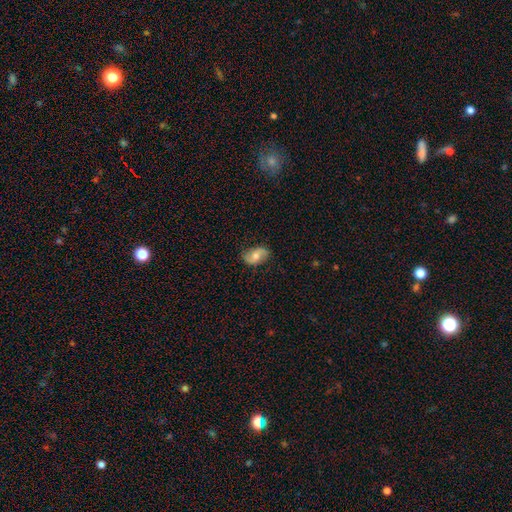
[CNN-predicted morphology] smooth 48%, featured or disk 45%, star or artifact 8%. Down the decision tree: merging — none (79%).